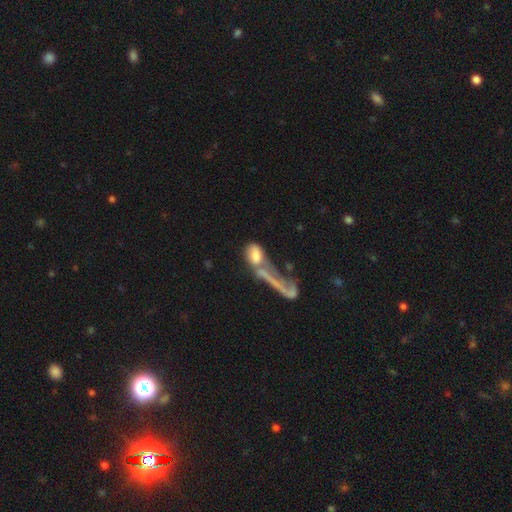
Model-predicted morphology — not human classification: The model was most divided on "smooth or featured": smooth: 65%, featured or disk: 26%, star or artifact: 9%. More confident: how rounded — in between (80%); merging — merger (61%).